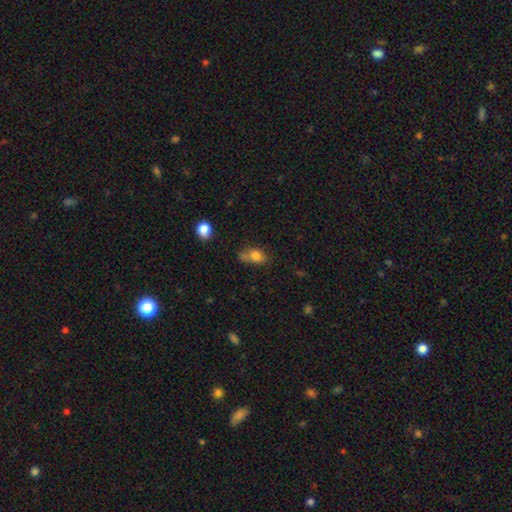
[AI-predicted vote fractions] This appears to be a smooth galaxy with no disk features (79%) that is in between round and cigar-shaped (67%). Merging: none (44%).